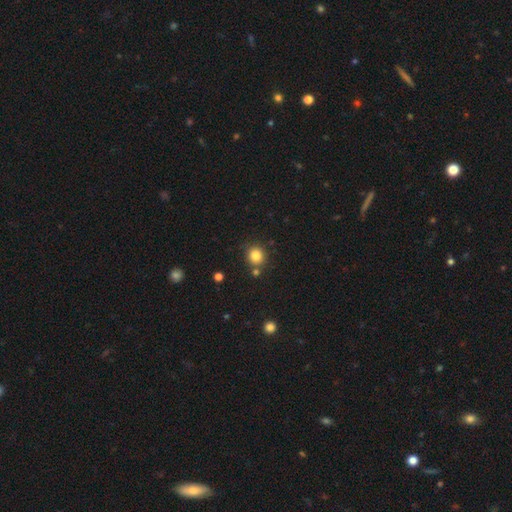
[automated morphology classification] type=smooth (83%); roundness=round (88%); merging=none (78%).